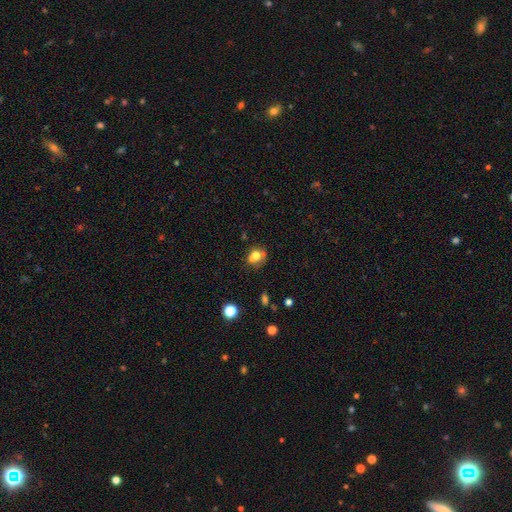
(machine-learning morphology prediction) type=smooth (67%); roundness=round (55%); merging=none (41%).